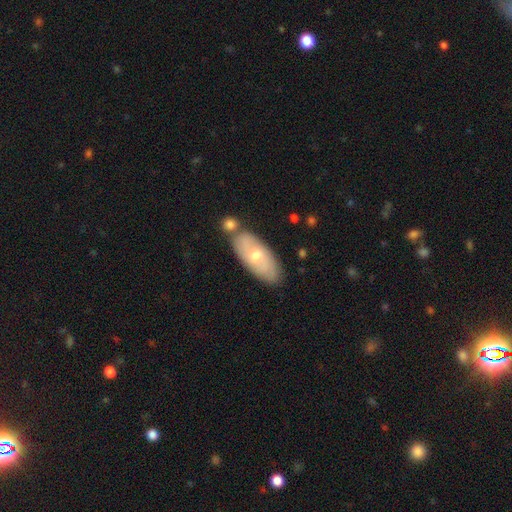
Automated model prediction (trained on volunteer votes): Q: Smooth or featured?
A: smooth (54%); runner-up: featured or disk (40%)
Q: How rounded?
A: in between (83%); runner-up: cigar-shaped (14%)
Q: Merging?
A: none (65%); runner-up: merger (17%)